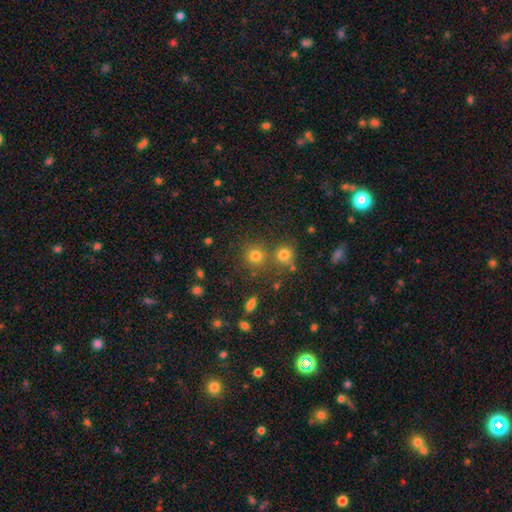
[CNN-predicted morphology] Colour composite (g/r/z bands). It shows a smooth galaxy with no disk features (76%) that is round (88%). Merging: none (70%).